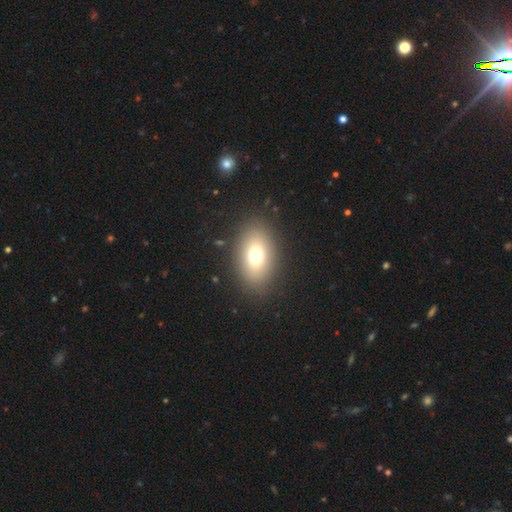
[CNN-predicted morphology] type=smooth (72%); roundness=in between (80%); merging=none (86%).